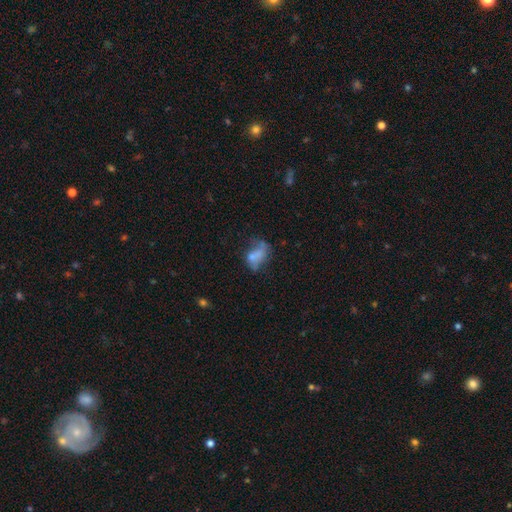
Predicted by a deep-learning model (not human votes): Smooth or featured: smooth — 52% (featured or disk — 36%)
How rounded: in between — 82% (round — 15%)
Merging: major disturbance — 30% (none — 27%)